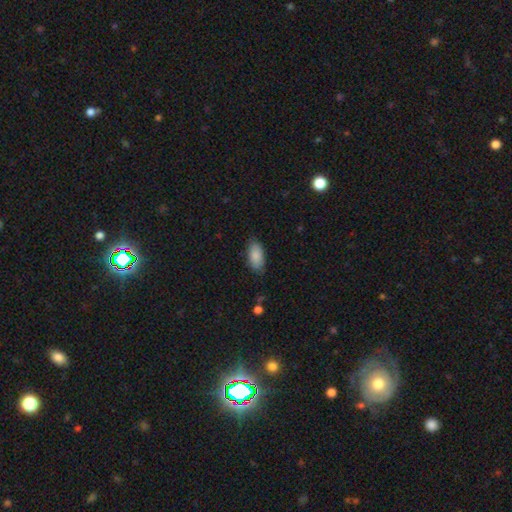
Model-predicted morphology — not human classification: A smooth galaxy with no disk features (87%) that is in between round and cigar-shaped (92%).

Vote fractions:
- Smooth or featured? smooth: 87% / star or artifact: 6% / featured or disk: 6%
- How rounded? in between: 92% / cigar-shaped: 6% / round: 3%
- Merging? none: 81% / minor disturbance: 15% / major disturbance: 3% / merger: 1%